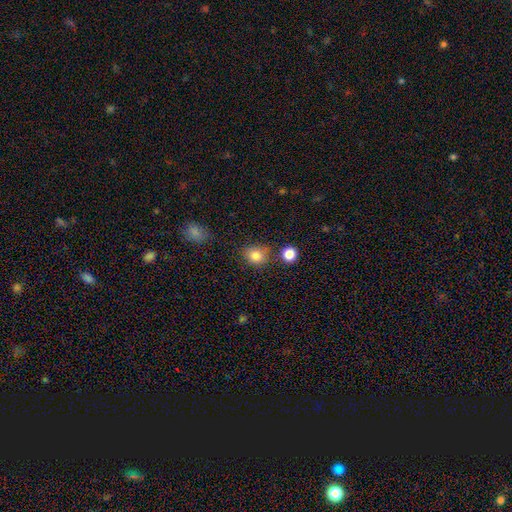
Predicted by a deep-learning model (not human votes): Smooth or featured?
  - smooth: 84% *
  - star or artifact: 11%
  - featured or disk: 6%
How rounded?
  - round: 71% *
  - in between: 28%
  - cigar-shaped: 1%
Merging?
  - none: 73% *
  - minor disturbance: 14%
  - merger: 9%
  - major disturbance: 4%